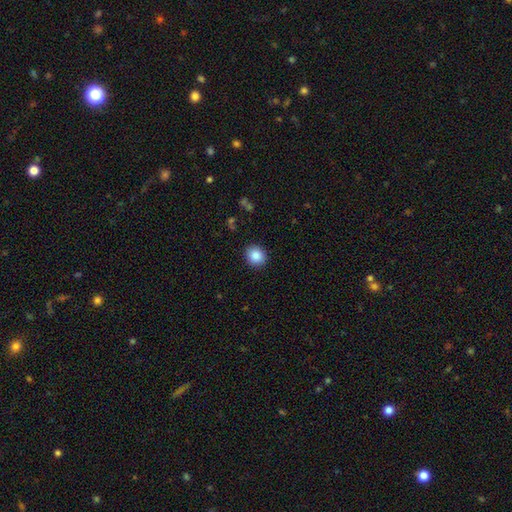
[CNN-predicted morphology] smooth-or-featured: smooth: 87% | star or artifact: 9% | featured or disk: 5%
  how-rounded: round: 72% | in between: 27% | cigar-shaped: 1%
  merging: none: 90% | minor disturbance: 7% | major disturbance: 2% | merger: 1%